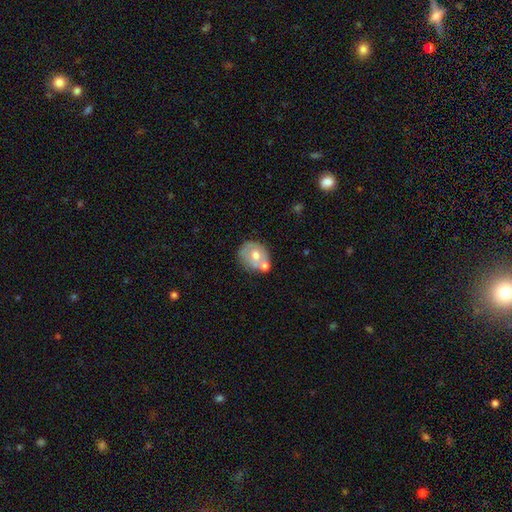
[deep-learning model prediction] Smooth or featured? Predicted: smooth (p=0.56). How rounded? Predicted: round (p=0.60). Merging? Predicted: none (p=0.48).